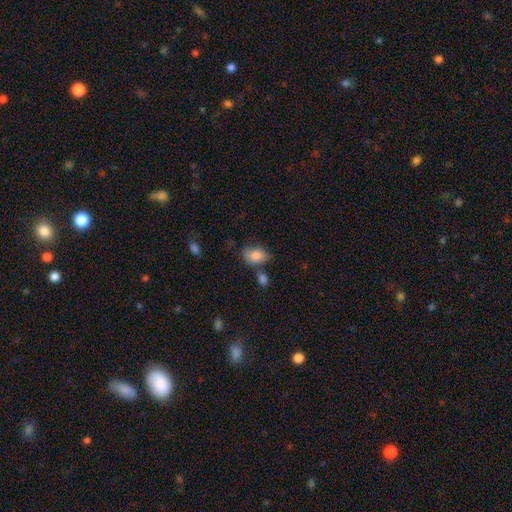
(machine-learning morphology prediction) Smooth or featured: smooth — 81% (featured or disk — 11%)
How rounded: in between — 77% (round — 21%)
Merging: none — 52% (minor disturbance — 26%)